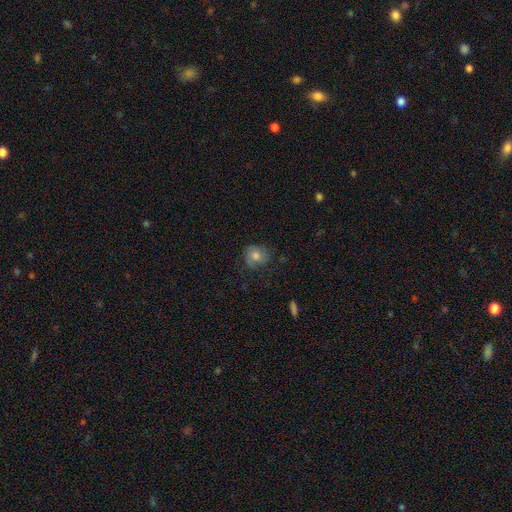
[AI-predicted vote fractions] Overall: smooth (66%). How rounded: round (72%). Merging: none (67%).